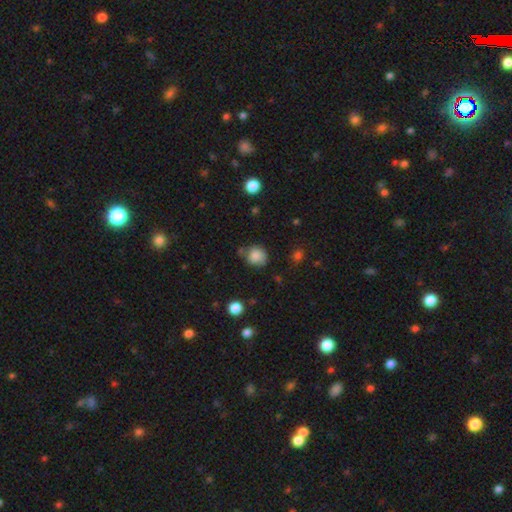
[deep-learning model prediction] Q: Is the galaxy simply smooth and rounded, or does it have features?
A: smooth — 83%.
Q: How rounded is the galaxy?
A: round — 76%.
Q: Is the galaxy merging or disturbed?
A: none — 59%.